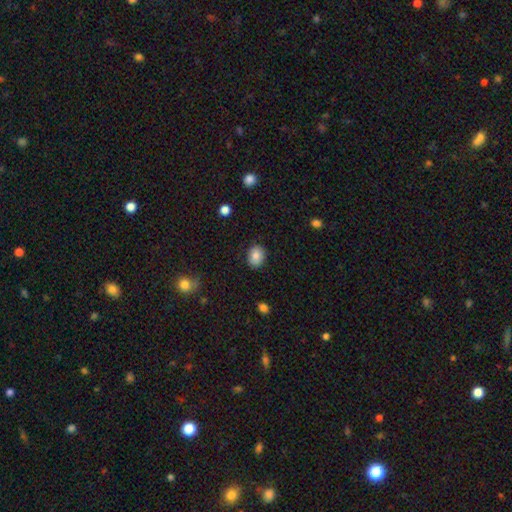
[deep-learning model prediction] Smooth or featured?
  - smooth: 83% *
  - featured or disk: 9%
  - star or artifact: 8%
How rounded?
  - in between: 61% *
  - round: 38%
  - cigar-shaped: 1%
Merging?
  - none: 85% *
  - minor disturbance: 11%
  - major disturbance: 3%
  - merger: 1%